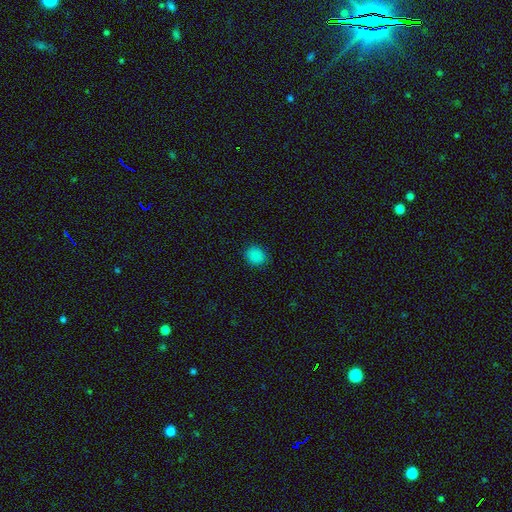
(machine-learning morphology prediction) type=smooth (84%); roundness=round (71%); merging=none (88%).